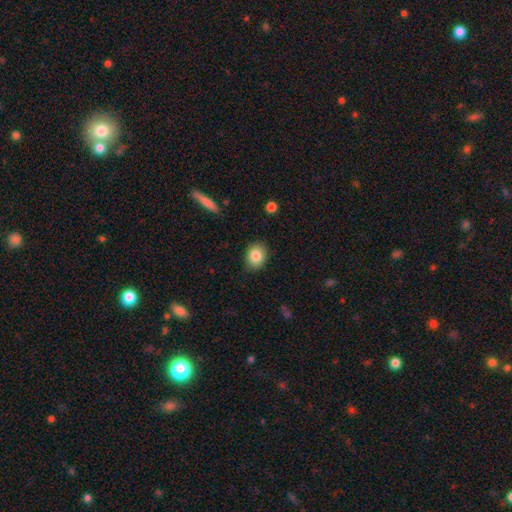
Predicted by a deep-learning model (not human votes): Smooth or featured? smooth (84%)
How rounded? round (54%)
Merging? none (85%)